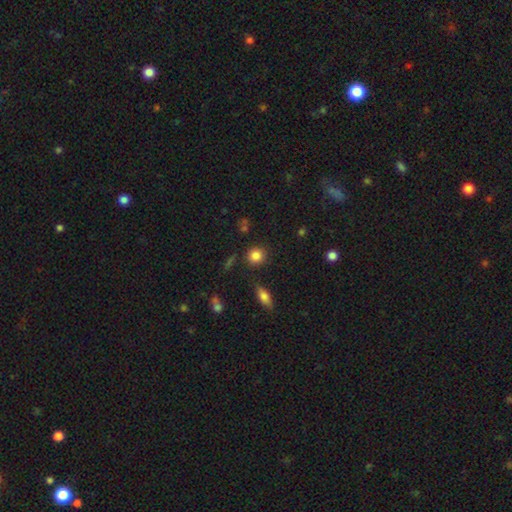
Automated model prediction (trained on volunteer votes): Smooth or featured? smooth (84%)
How rounded? round (87%)
Merging? none (85%)